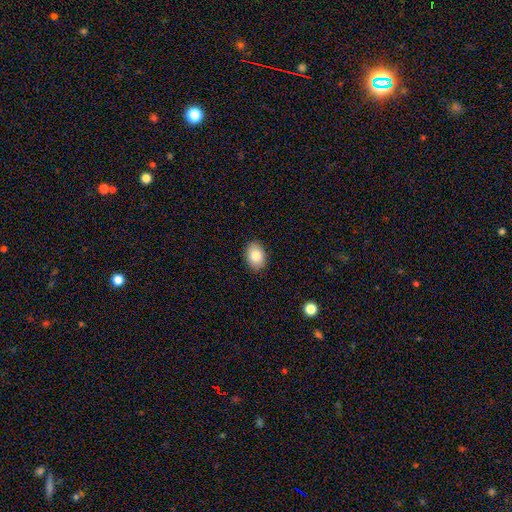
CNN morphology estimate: A smooth galaxy with no disk features (86%) that is in between round and cigar-shaped (79%). Merging: none (89%).